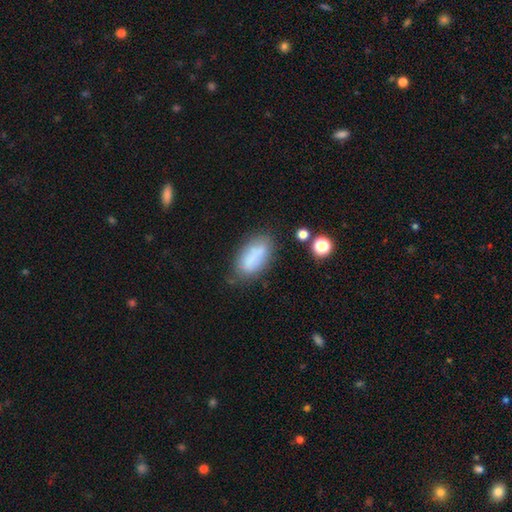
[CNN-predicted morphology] smooth 73%, featured or disk 17%, star or artifact 10%. Down the decision tree: how rounded — in between (90%); merging — none (61%).